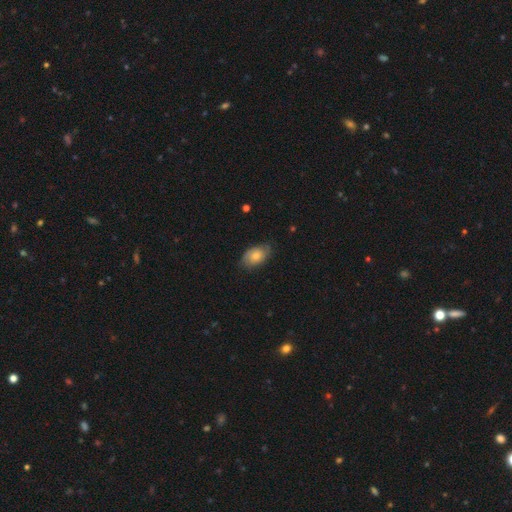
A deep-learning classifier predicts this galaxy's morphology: Smooth or featured? Predicted: smooth (p=0.62). How rounded? Predicted: in between (p=0.88). Merging? Predicted: none (p=0.70).